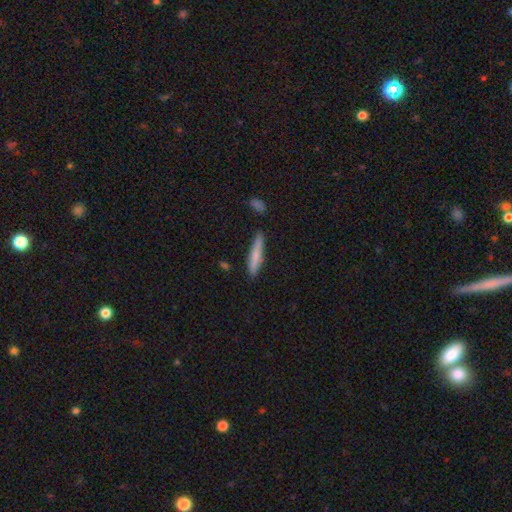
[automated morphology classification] smooth_or_featured: smooth (p=0.74) [alt: featured or disk p=0.20]
how_rounded: cigar-shaped (p=0.91) [alt: in between p=0.07]
merging: none (p=0.84) [alt: minor disturbance p=0.11]